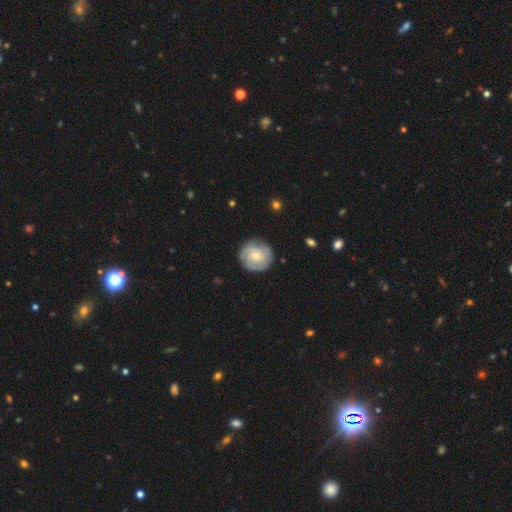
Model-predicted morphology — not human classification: A featured or disk galaxy (70%) with no bar (71%), can't tell (30%, tied with 3) tight (68%) spiral arms (92%) and a small central bulge (54%).

Vote fractions:
- Smooth or featured? featured or disk: 70% / smooth: 25% / star or artifact: 6%
- Edge-on disk? no: 98% / yes: 2%
- Bar? no: 71% / weak: 26% / strong: 4%
- Spiral arms? yes: 92% / no: 8%
- Spiral winding? tight: 68% / medium: 25% / loose: 6%
- Spiral arm count? can't tell: 30% (tied) / 3: 30% (tied) / 2: 22% / 4: 8% / 1: 5% / more than 4: 5%
- Bulge size? small: 54% / moderate: 42% / large: 2% / none: 2% / dominant: 1%
- Merging? none: 82% / minor disturbance: 13% / major disturbance: 3% / merger: 1%